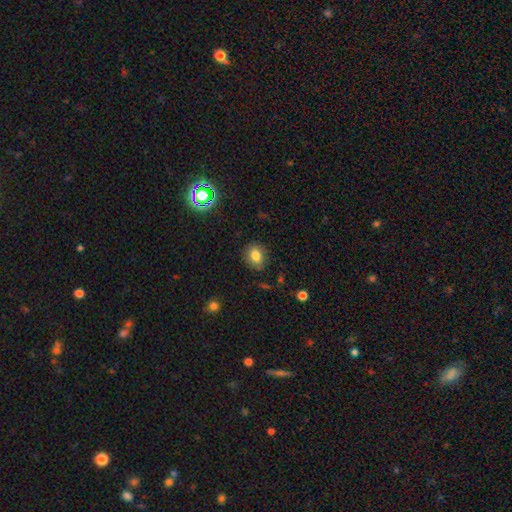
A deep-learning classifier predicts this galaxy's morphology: This appears to be a smooth galaxy with no disk features (80%) that is round (54%). Merging: none (84%).